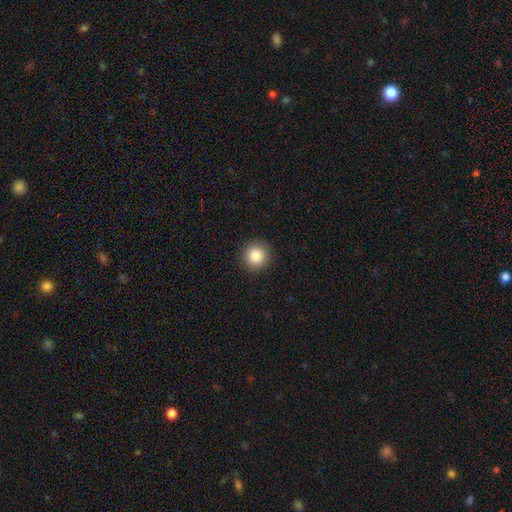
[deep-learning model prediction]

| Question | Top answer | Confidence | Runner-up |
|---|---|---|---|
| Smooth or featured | smooth | 87% | star or artifact (9%) |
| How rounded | round | 95% | in between (4%) |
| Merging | none | 92% | minor disturbance (5%) |